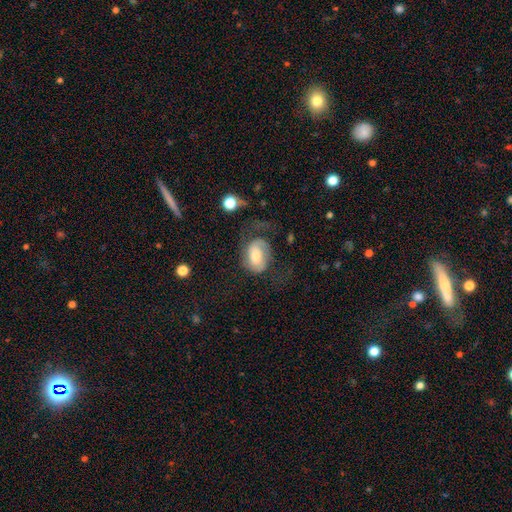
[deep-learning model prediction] This is possibly a featured or disk galaxy (52%). It is clearly not viewed edge-on (96%). Bar: possibly no (46%). Spiral arm pattern: likely yes (78%). Central bulge: likely moderate (61%). Merging: marginally none (40%).